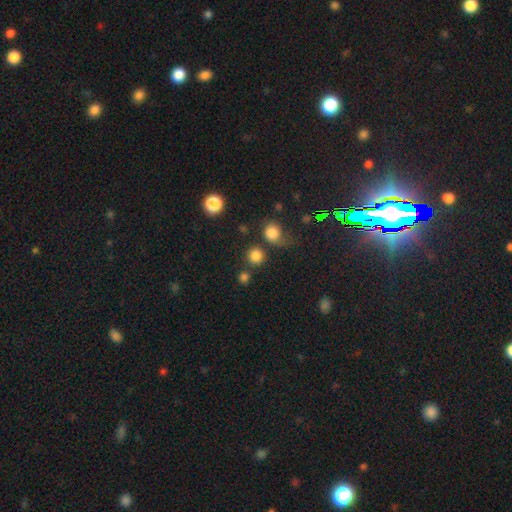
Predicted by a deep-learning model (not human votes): A smooth galaxy with no disk features (82%) that is round (92%). Merging: none (75%).